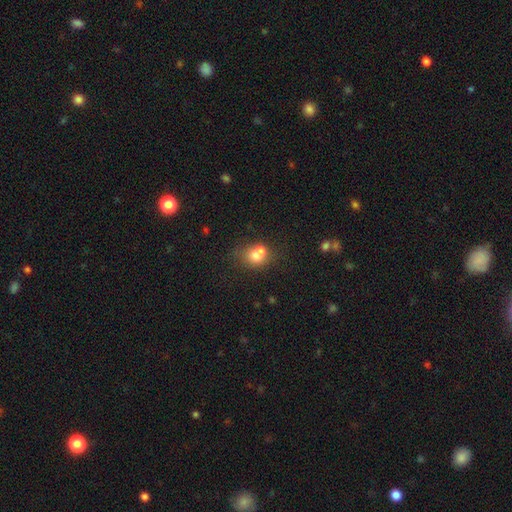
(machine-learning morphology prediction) smooth-or-featured: smooth: 69% | featured or disk: 19% | star or artifact: 12%
  how-rounded: round: 63% | in between: 36% | cigar-shaped: 1%
  merging: merger: 52% | none: 34% | minor disturbance: 10% | major disturbance: 5%